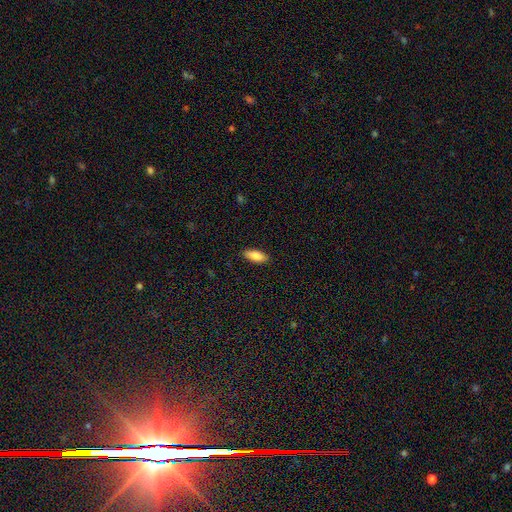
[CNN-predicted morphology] Smooth or featured?
  - smooth: 85% *
  - featured or disk: 9%
  - star or artifact: 6%
How rounded?
  - in between: 77% *
  - cigar-shaped: 21%
  - round: 2%
Merging?
  - none: 85% *
  - minor disturbance: 12%
  - major disturbance: 2%
  - merger: 1%